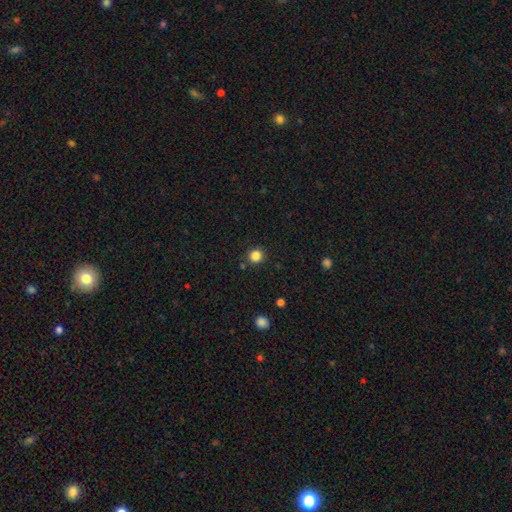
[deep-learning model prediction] Smooth or featured: smooth — 84% (star or artifact — 12%)
How rounded: round — 93% (in between — 6%)
Merging: none — 89% (minor disturbance — 7%)